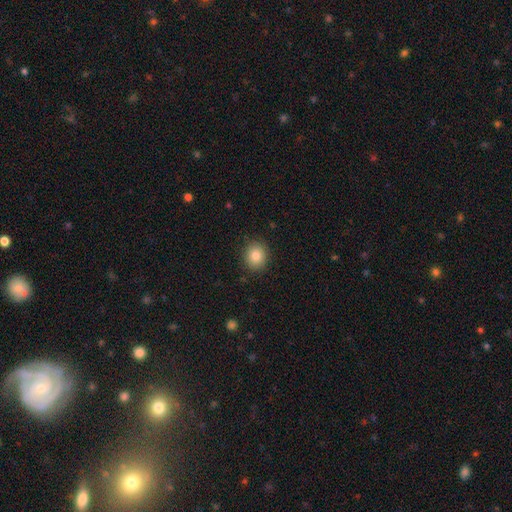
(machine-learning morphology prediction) smooth-or-featured: smooth: 84% | star or artifact: 10% | featured or disk: 7%
  how-rounded: round: 78% | in between: 21% | cigar-shaped: 1%
  merging: none: 89% | minor disturbance: 8% | major disturbance: 2% | merger: 1%